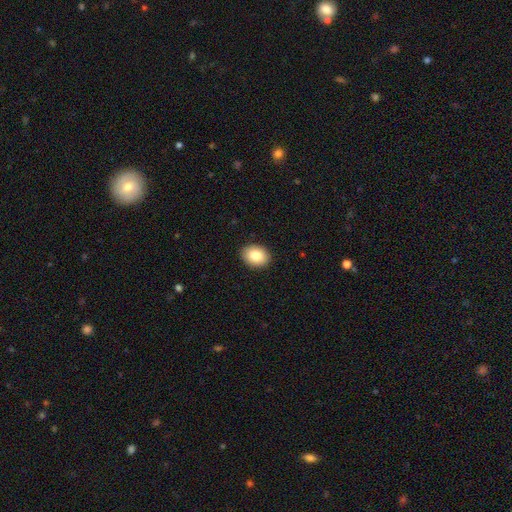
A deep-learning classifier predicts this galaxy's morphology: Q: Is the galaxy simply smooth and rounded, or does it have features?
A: smooth — 85%.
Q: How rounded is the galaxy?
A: in between — 61%.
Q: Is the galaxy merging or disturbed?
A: none — 91%.